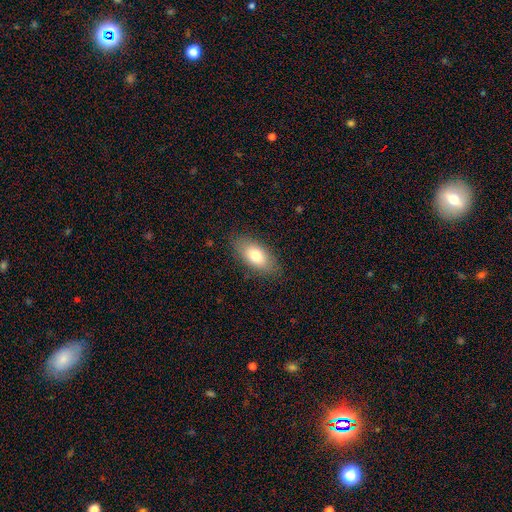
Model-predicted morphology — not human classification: Overall: smooth (76%). How rounded: in between (88%). Merging: none (84%).